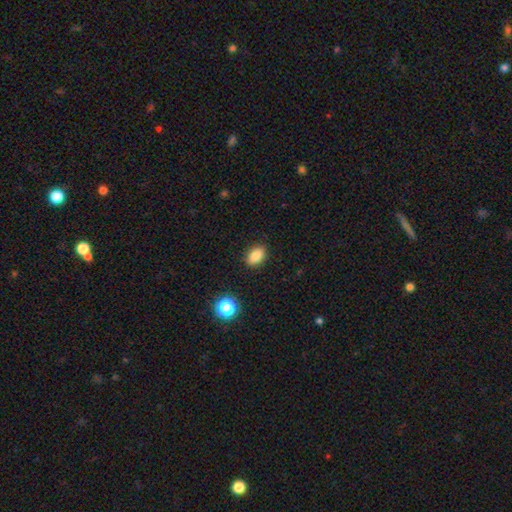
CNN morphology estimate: A smooth galaxy with no disk features (85%) that is in between round and cigar-shaped (80%).

Vote fractions:
- Smooth or featured? smooth: 85% / star or artifact: 10% / featured or disk: 5%
- How rounded? in between: 80% / round: 18% / cigar-shaped: 2%
- Merging? none: 88% / minor disturbance: 9% / major disturbance: 2% / merger: 1%